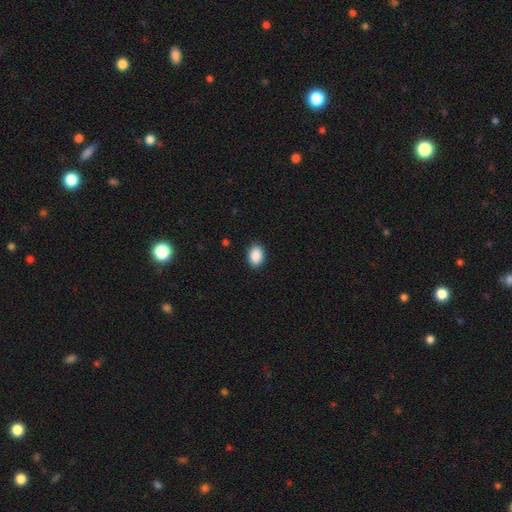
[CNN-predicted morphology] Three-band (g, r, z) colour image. It shows a smooth galaxy with no disk features (90%) that is in between round and cigar-shaped (85%). Merging: none (89%).